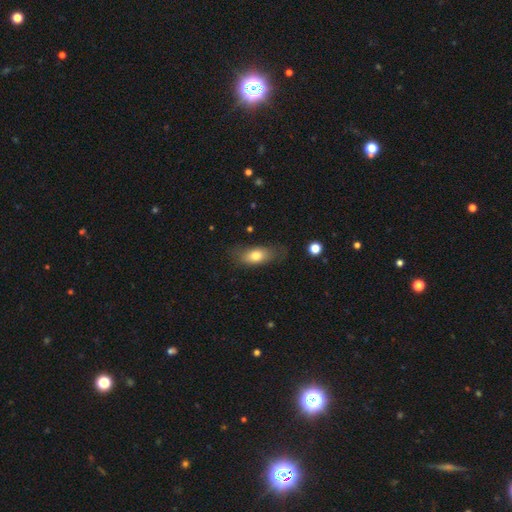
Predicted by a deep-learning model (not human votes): Q: Smooth or featured?
A: smooth (74%); runner-up: featured or disk (18%)
Q: How rounded?
A: in between (83%); runner-up: cigar-shaped (11%)
Q: Merging?
A: none (70%); runner-up: minor disturbance (21%)